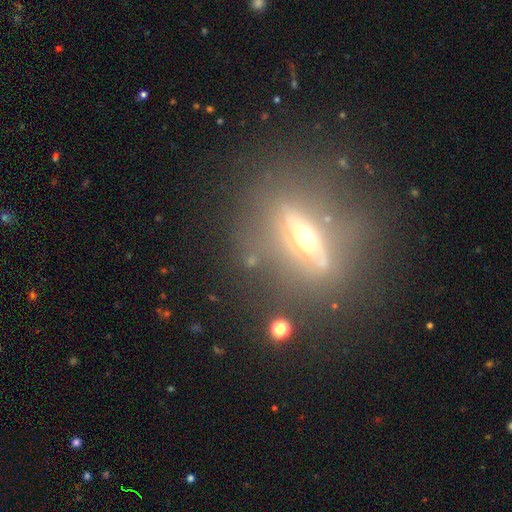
Smooth or featured? featured or disk (67%)
Edge-on disk? no (58%)
Bar? no (93%)
Spiral arms? no (93%)
Bulge size? moderate (53%)
Merging? none (77%)